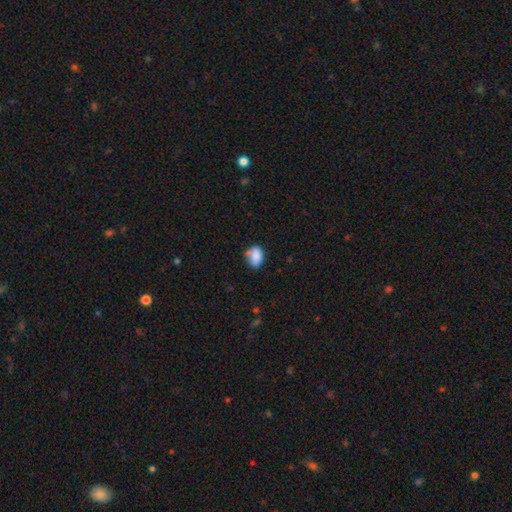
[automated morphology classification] A smooth galaxy with no disk features (80%) that is in between round and cigar-shaped (76%). Merging: none (54%).